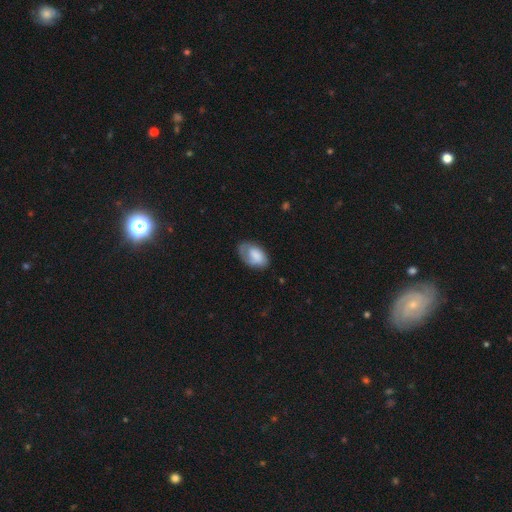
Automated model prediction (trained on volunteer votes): Morphology: type=smooth (69%); roundness=in between (92%); merging=none (55%).